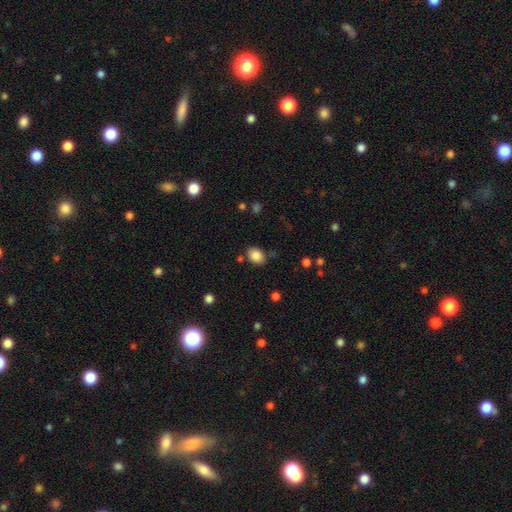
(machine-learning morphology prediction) type=smooth (86%); roundness=in between (69%); merging=none (80%).